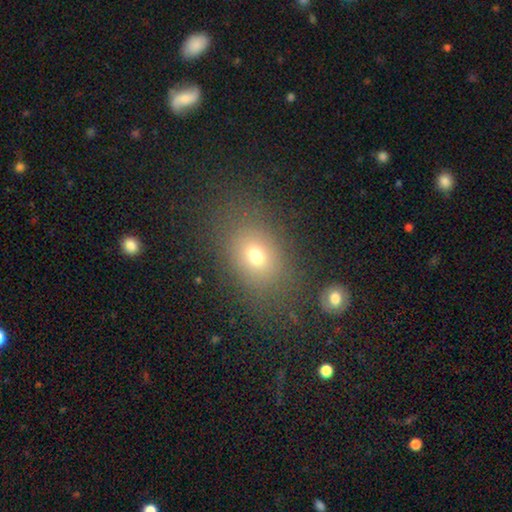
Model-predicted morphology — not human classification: smooth 70%, star or artifact 16%, featured or disk 13%. Down the decision tree: how rounded — in between (66%); merging — none (76%).